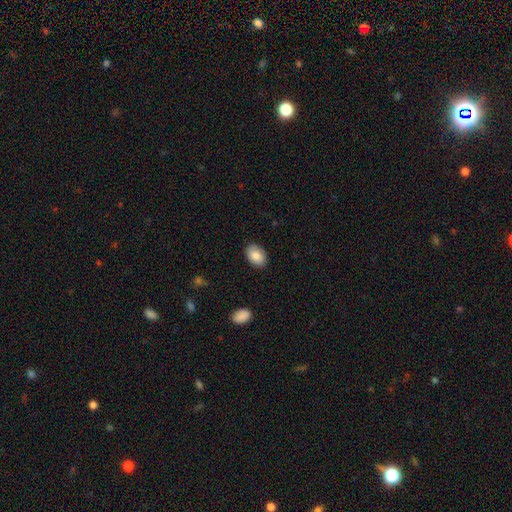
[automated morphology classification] Smooth or featured: smooth — 86% (featured or disk — 7%)
How rounded: in between — 86% (round — 13%)
Merging: none — 87% (minor disturbance — 10%)